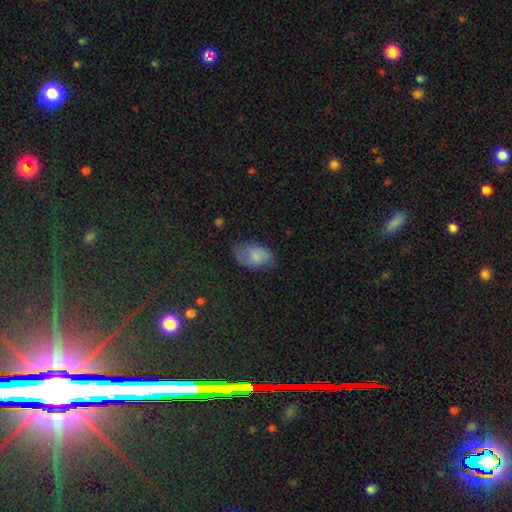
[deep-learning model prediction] Smooth or featured?
  - smooth: 75% *
  - featured or disk: 16%
  - star or artifact: 9%
How rounded?
  - in between: 91% *
  - round: 7%
  - cigar-shaped: 1%
Merging?
  - none: 59% *
  - minor disturbance: 29%
  - major disturbance: 10%
  - merger: 2%